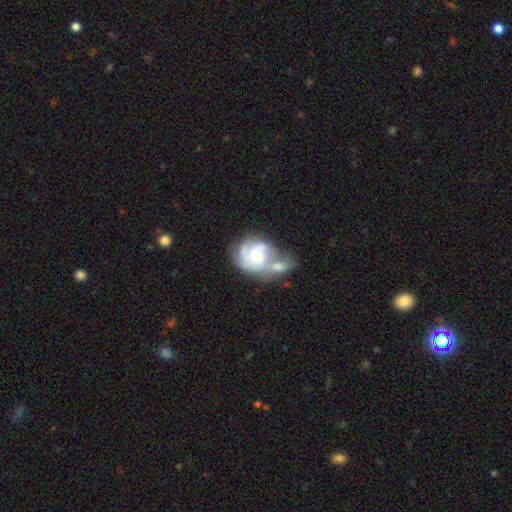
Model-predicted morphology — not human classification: The model was most divided on "spiral arm count": can't tell: 30%, 3: 29%, 2: 25%, 4: 6%, 1: 6%, more than 4: 4%. Remaining: edge-on disk — no (98%); spiral arms — yes (85%); bar — no (72%); smooth or featured — featured or disk (69%); merging — merger (55%); bulge size — moderate (47%); spiral winding — tight (47%).